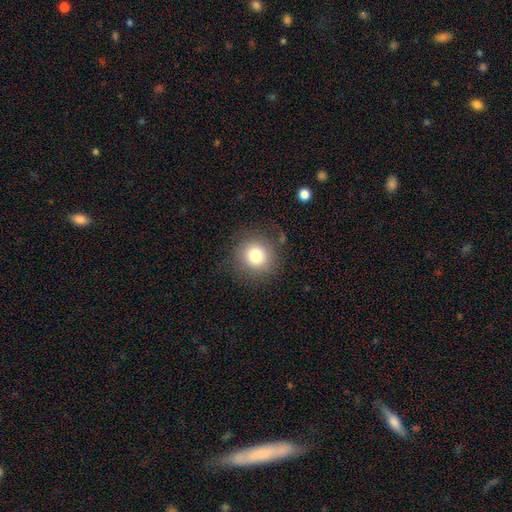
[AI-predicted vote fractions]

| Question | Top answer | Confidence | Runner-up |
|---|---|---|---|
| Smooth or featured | smooth | 79% | star or artifact (12%) |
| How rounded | round | 92% | in between (7%) |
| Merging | none | 84% | minor disturbance (10%) |